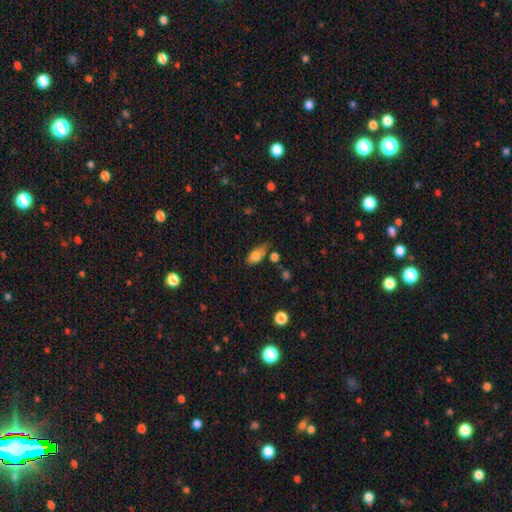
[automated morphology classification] smooth_or_featured: smooth (p=0.75) [alt: featured or disk p=0.14]
how_rounded: in between (p=0.82) [alt: round p=0.10]
merging: none (p=0.41) [alt: minor disturbance p=0.31]